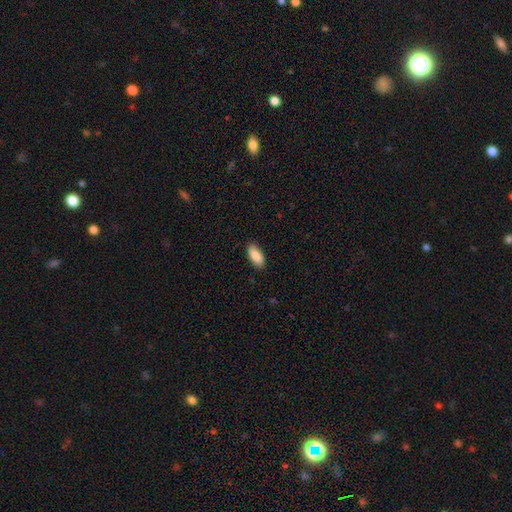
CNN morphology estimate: smooth_or_featured: smooth (p=0.88) [alt: featured or disk p=0.06]
how_rounded: in between (p=0.87) [alt: cigar-shaped p=0.12]
merging: none (p=0.88) [alt: minor disturbance p=0.09]